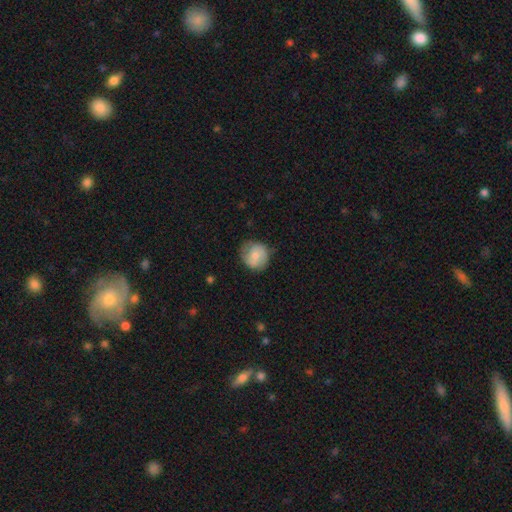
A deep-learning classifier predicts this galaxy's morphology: A smooth galaxy with no disk features (66%) that is round (86%).

Vote fractions:
- Smooth or featured? smooth: 66% / featured or disk: 27% / star or artifact: 7%
- How rounded? round: 86% / in between: 13% / cigar-shaped: 1%
- Merging? none: 71% / minor disturbance: 22% / major disturbance: 6% / merger: 1%